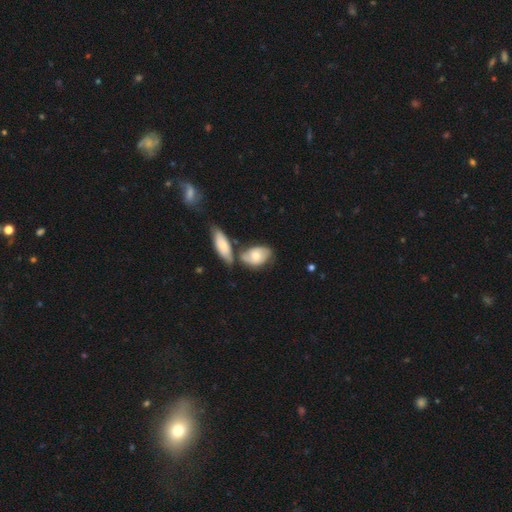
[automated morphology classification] Smooth or featured? smooth (55%)
How rounded? in between (86%)
Merging? none (41%)